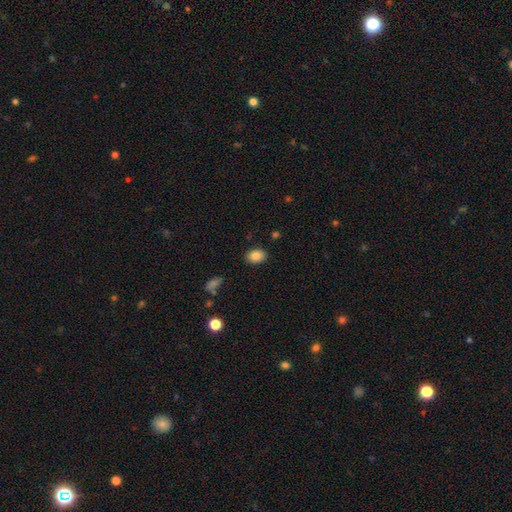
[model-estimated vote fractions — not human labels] Smooth or featured: smooth — 85% (star or artifact — 9%)
How rounded: in between — 78% (round — 21%)
Merging: none — 87% (minor disturbance — 10%)